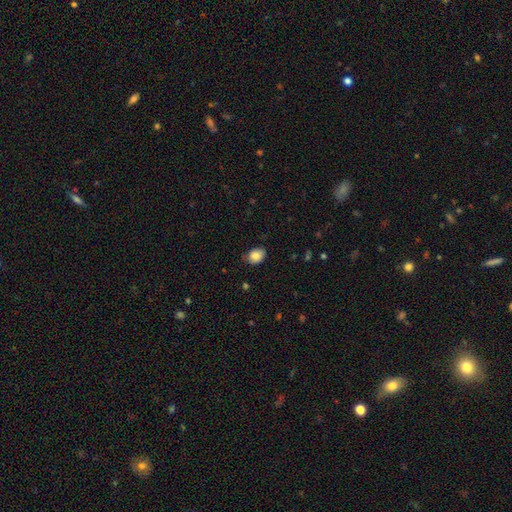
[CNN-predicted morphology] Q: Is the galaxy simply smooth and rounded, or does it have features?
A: smooth — 85%.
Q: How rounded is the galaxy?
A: in between — 66%.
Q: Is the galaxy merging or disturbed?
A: none — 72%.